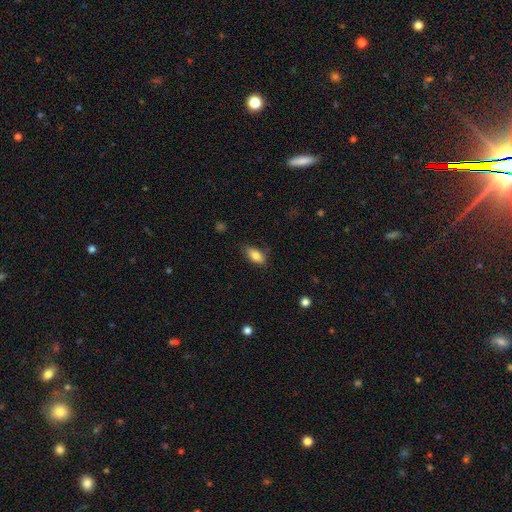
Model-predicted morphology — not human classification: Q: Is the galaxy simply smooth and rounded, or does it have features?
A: smooth — 83%.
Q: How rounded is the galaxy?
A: in between — 88%.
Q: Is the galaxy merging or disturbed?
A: none — 71%.